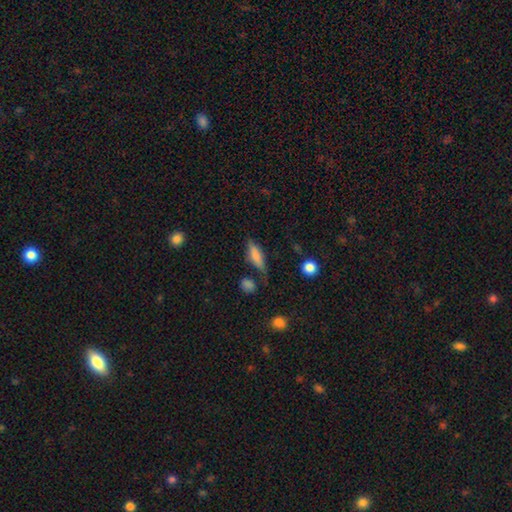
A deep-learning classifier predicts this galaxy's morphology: smooth_or_featured: smooth (p=0.71) [alt: featured or disk p=0.21]
how_rounded: cigar-shaped (p=0.49) [alt: in between p=0.47]
merging: none (p=0.61) [alt: minor disturbance p=0.24]